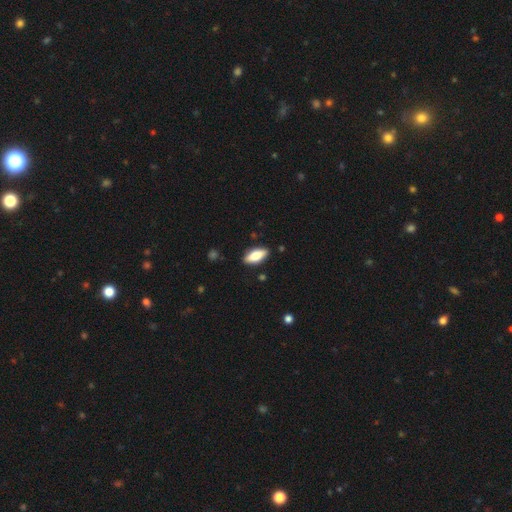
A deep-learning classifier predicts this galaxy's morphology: Overall: smooth (74%). How rounded: in between (79%). Merging: none (87%).